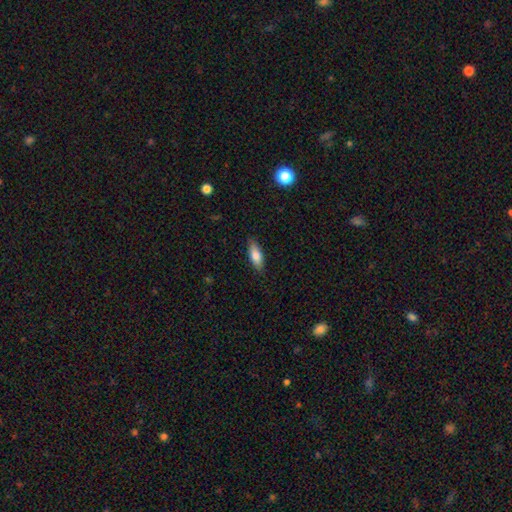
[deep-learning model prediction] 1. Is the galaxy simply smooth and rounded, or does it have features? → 79% smooth, 14% featured or disk, 6% star or artifact.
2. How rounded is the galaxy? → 72% in between, 26% cigar-shaped, 2% round.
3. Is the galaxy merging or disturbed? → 86% none, 11% minor disturbance, 2% major disturbance, 1% merger.